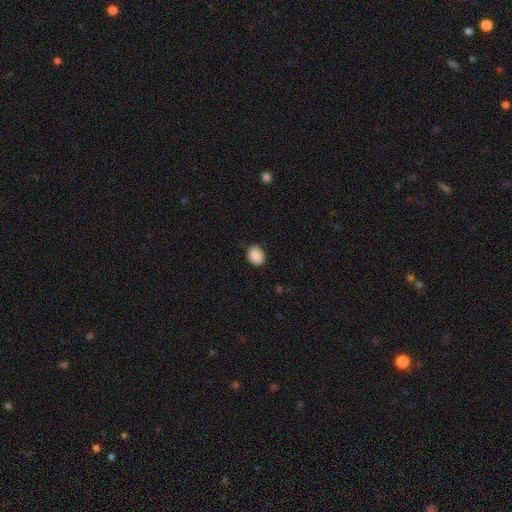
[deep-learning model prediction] Overall: smooth (90%). How rounded: in between (63%; round 36%). Merging: none (84%).